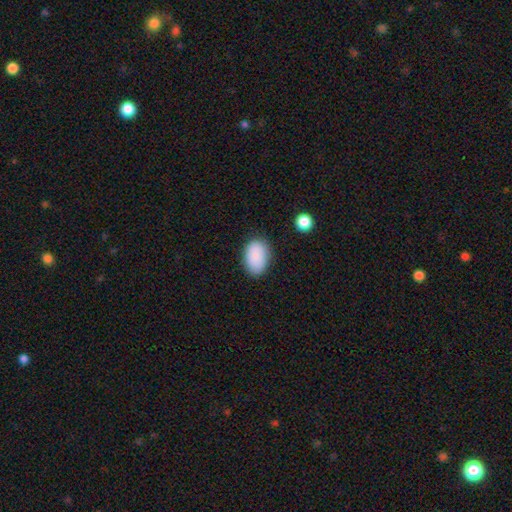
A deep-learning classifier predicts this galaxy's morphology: Smooth or featured?
  - smooth: 86% *
  - star or artifact: 7%
  - featured or disk: 7%
How rounded?
  - in between: 89% *
  - round: 10%
  - cigar-shaped: 1%
Merging?
  - none: 81% *
  - minor disturbance: 14%
  - major disturbance: 3%
  - merger: 2%